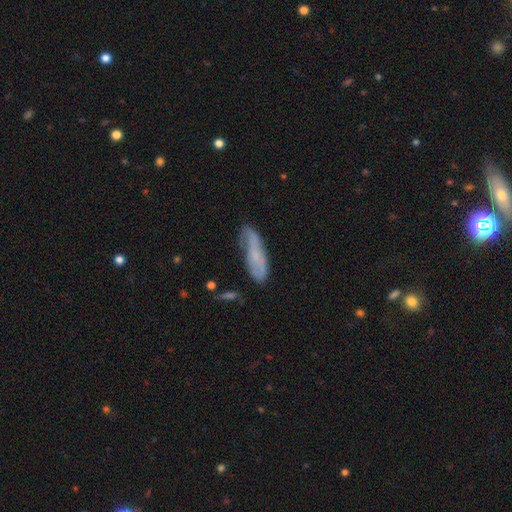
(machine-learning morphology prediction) Q: Smooth or featured?
A: smooth (57%); runner-up: featured or disk (34%)
Q: How rounded?
A: cigar-shaped (64%); runner-up: in between (34%)
Q: Merging?
A: none (61%); runner-up: minor disturbance (27%)